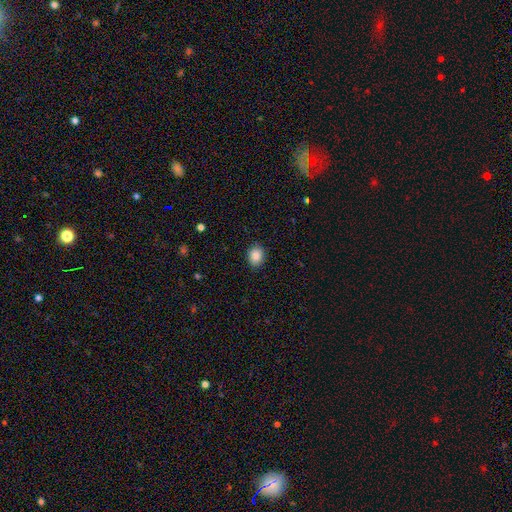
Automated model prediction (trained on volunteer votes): Morphology: type=smooth (87%); roundness=in between (53%); merging=none (88%).